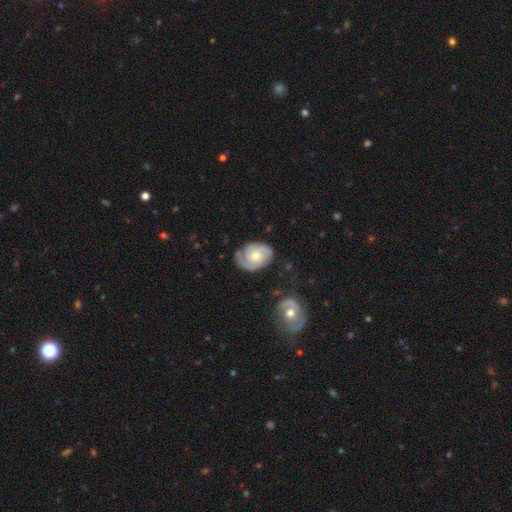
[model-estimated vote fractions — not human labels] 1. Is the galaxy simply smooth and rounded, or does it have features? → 72% featured or disk, 22% smooth, 5% star or artifact.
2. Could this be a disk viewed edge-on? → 97% no, 3% yes.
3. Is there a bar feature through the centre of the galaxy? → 76% no, 21% weak, 3% strong.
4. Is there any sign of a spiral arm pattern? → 92% yes, 8% no.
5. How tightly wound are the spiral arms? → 58% tight, 32% medium, 10% loose.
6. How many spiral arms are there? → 48% 2, 19% can't tell, 14% 1, 13% 3, 3% 4, 2% more than 4.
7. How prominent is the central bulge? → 63% moderate, 31% small, 4% large, 1% none, 1% dominant.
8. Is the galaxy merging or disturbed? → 64% none, 24% minor disturbance, 9% major disturbance, 3% merger.